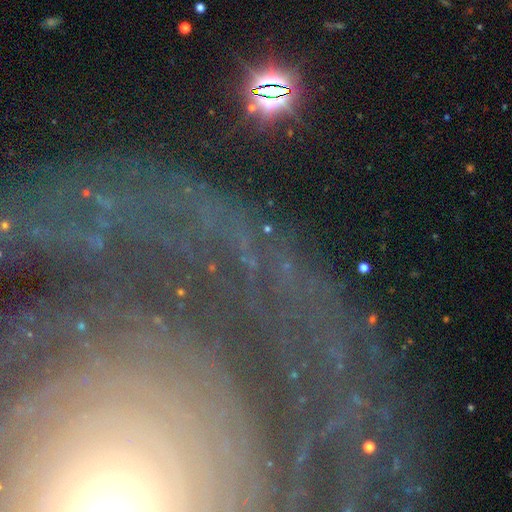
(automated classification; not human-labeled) Overall: star or artifact (60%; featured or disk 28%).